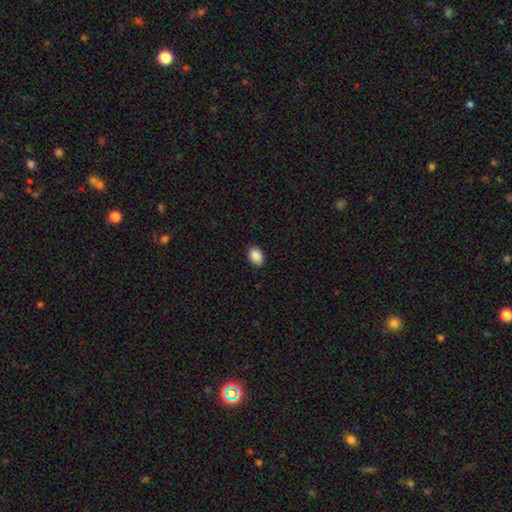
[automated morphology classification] A smooth galaxy with no disk features (90%) that is in between round and cigar-shaped (77%).

Vote fractions:
- Smooth or featured? smooth: 90% / star or artifact: 8% / featured or disk: 3%
- How rounded? in between: 77% / round: 22% / cigar-shaped: 1%
- Merging? none: 86% / minor disturbance: 10% / major disturbance: 2% / merger: 1%